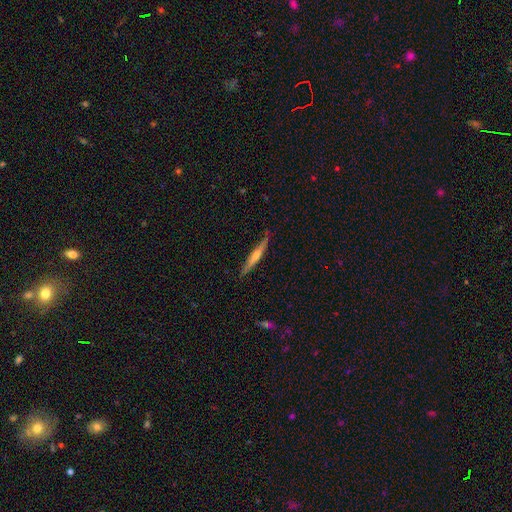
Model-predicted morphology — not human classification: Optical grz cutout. It shows a featured or disk galaxy (69%) viewed edge-on (97%) with a rounded central bulge (74%). Merging: none (87%).